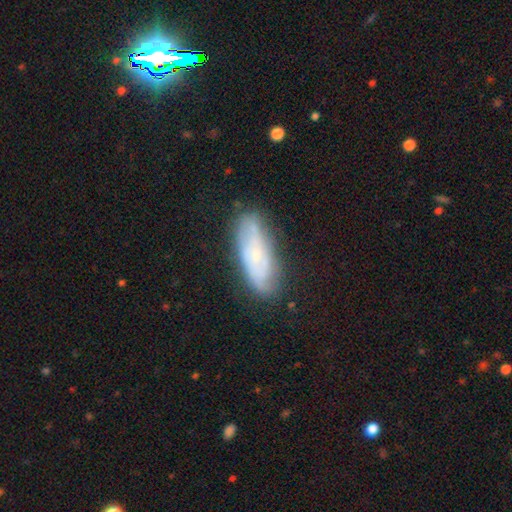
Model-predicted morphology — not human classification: A featured or disk galaxy (56%).

Vote fractions:
- Smooth or featured? featured or disk: 56% / smooth: 36% / star or artifact: 8%
- Edge-on disk? no: 79% / yes: 21%
- Merging? none: 77% / minor disturbance: 17% / major disturbance: 4% / merger: 2%